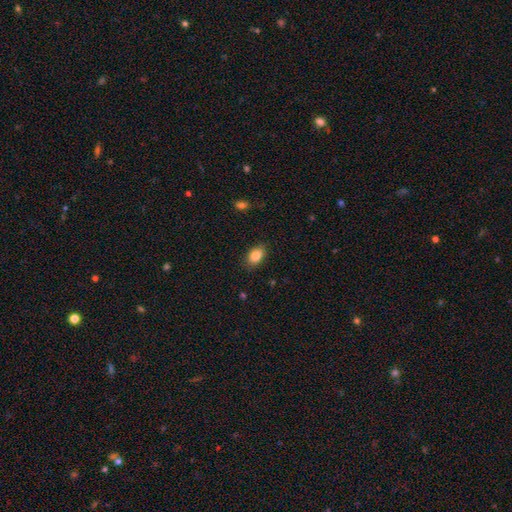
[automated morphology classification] Overall: smooth (86%). How rounded: in between (84%). Merging: none (86%).